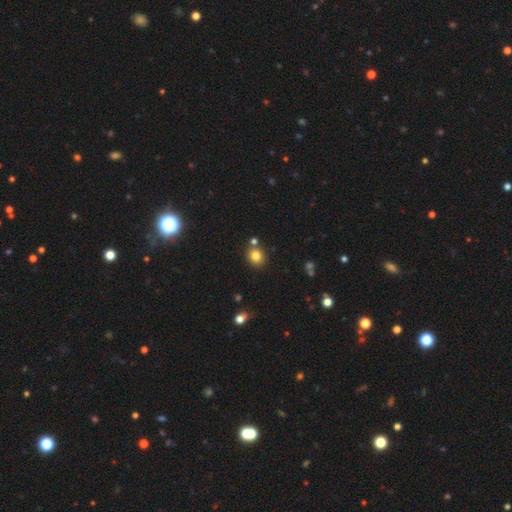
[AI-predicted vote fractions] The model was most divided on "how rounded": round: 76%, in between: 23%, cigar-shaped: 1%. More confident: smooth or featured — smooth (81%); merging — none (77%).